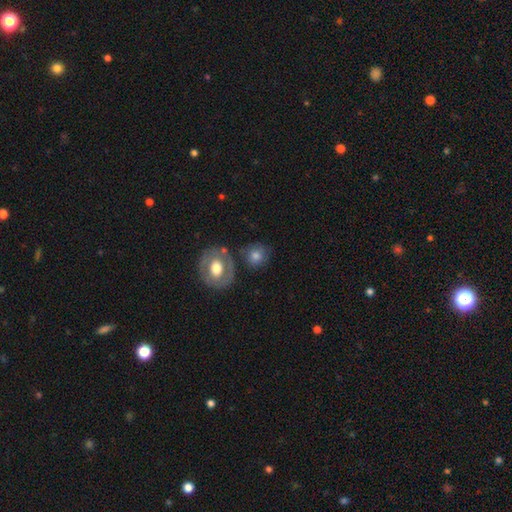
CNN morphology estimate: A smooth galaxy with no disk features (73%) that is round (85%).

Vote fractions:
- Smooth or featured? smooth: 73% / featured or disk: 19% / star or artifact: 8%
- How rounded? round: 85% / in between: 14% / cigar-shaped: 1%
- Merging? none: 75% / minor disturbance: 13% / merger: 8% / major disturbance: 4%